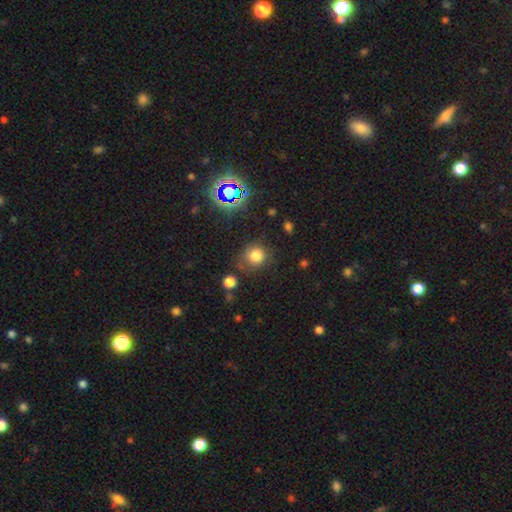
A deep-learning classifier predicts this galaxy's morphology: smooth_or_featured: smooth (p=0.76) [alt: star or artifact p=0.17]
how_rounded: round (p=0.84) [alt: in between p=0.15]
merging: none (p=0.68) [alt: minor disturbance p=0.19]